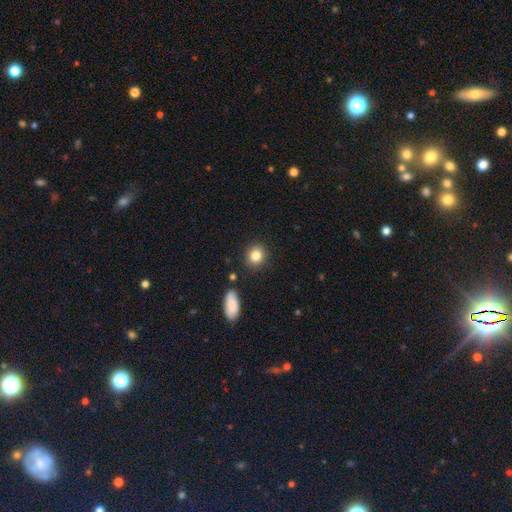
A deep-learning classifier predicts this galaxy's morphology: smooth-or-featured: smooth: 84% | star or artifact: 9% | featured or disk: 7%
  how-rounded: round: 76% | in between: 22% | cigar-shaped: 1%
  merging: none: 87% | minor disturbance: 8% | merger: 3% | major disturbance: 2%